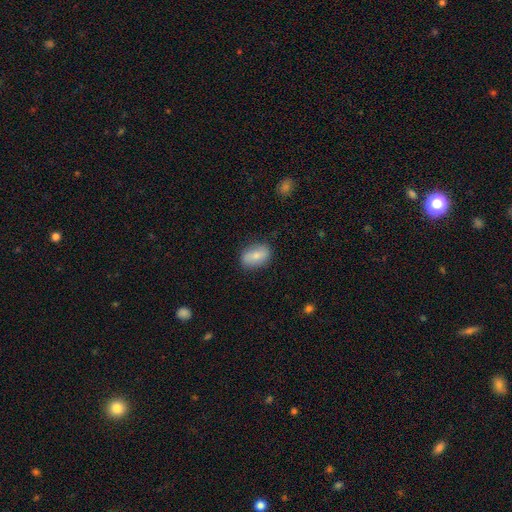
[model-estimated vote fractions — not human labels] smooth-or-featured: smooth: 76% | featured or disk: 17% | star or artifact: 7%
  how-rounded: in between: 87% | round: 10% | cigar-shaped: 3%
  merging: none: 81% | minor disturbance: 14% | major disturbance: 3% | merger: 1%